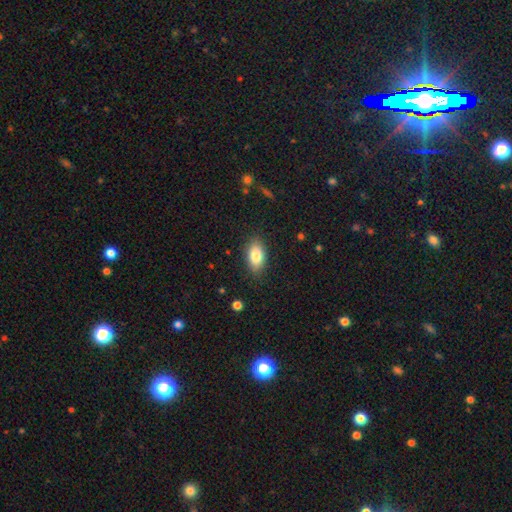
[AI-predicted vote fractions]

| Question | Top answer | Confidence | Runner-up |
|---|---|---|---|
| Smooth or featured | smooth | 83% | featured or disk (9%) |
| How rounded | in between | 91% | round (5%) |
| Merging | none | 86% | minor disturbance (10%) |